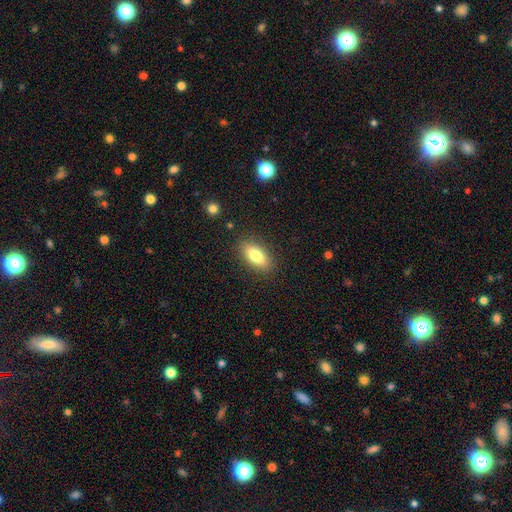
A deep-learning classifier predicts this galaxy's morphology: The model was most divided on "smooth or featured": smooth: 80%, featured or disk: 13%, star or artifact: 7%. More confident: merging — none (86%); how rounded — in between (84%).